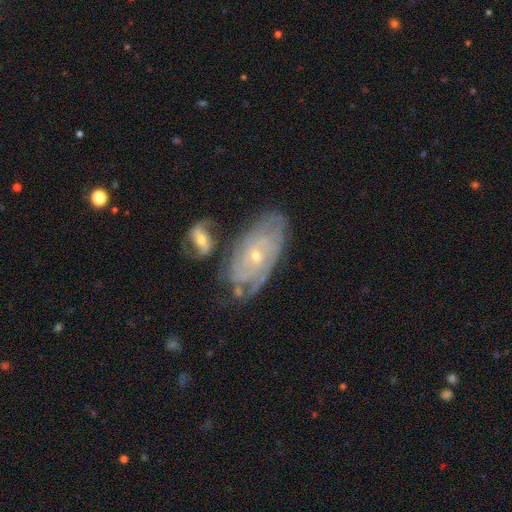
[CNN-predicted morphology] Smooth or featured: featured or disk — 83% (smooth — 11%)
Edge-on disk: no — 94% (yes — 6%)
Bar: no — 76% (weak — 19%)
Spiral arms: yes — 92% (no — 8%)
Spiral winding: tight — 77% (medium — 18%)
Spiral arm count: can't tell — 48% (2 — 17%)
Bulge size: small — 70% (moderate — 28%)
Merging: none — 56% (minor disturbance — 21%)